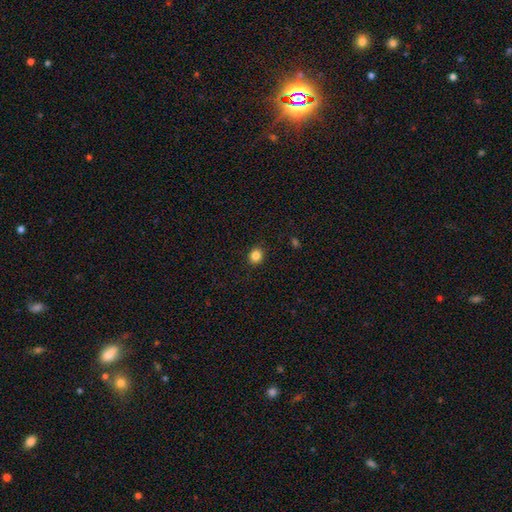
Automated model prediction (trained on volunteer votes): Smooth or featured? smooth (85%)
How rounded? round (76%)
Merging? none (91%)